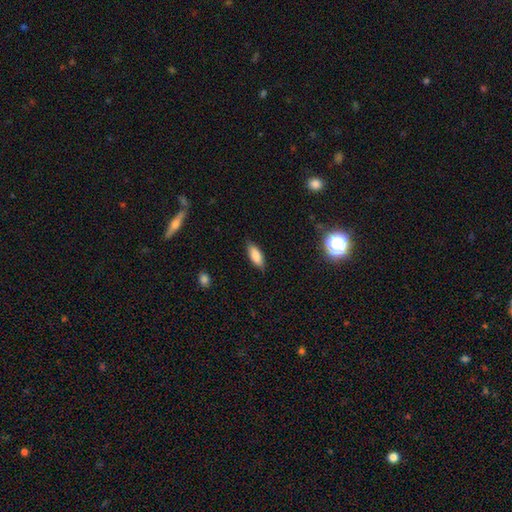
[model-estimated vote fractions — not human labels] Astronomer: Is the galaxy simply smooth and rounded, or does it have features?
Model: smooth — 83%.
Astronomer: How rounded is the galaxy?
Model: in between — 79%.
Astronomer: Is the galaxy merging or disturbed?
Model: none — 83%.